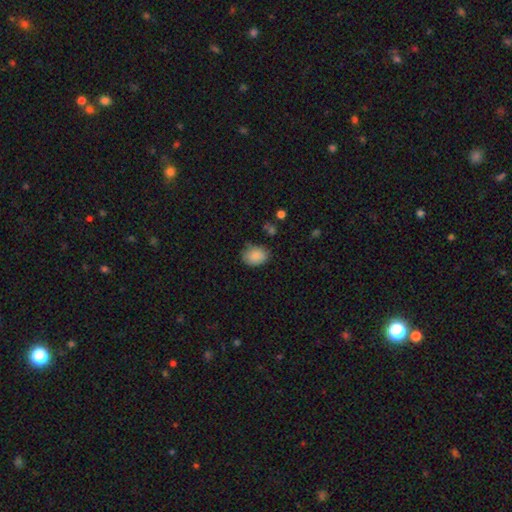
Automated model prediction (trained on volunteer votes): The model was most divided on "how rounded": in between: 67%, round: 32%, cigar-shaped: 1%. More confident: smooth or featured — smooth (86%); merging — none (69%).